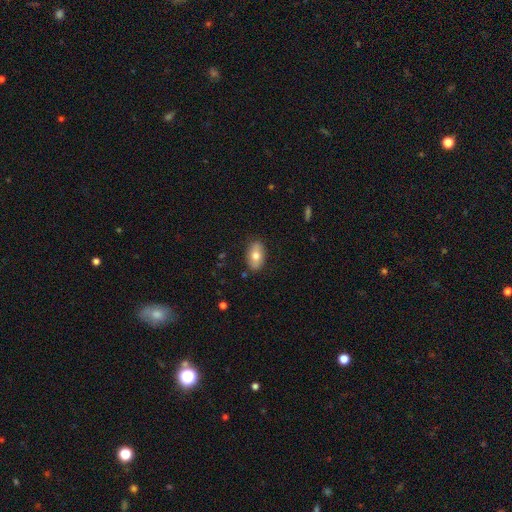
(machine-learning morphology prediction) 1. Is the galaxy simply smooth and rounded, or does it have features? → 72% smooth, 21% featured or disk, 7% star or artifact.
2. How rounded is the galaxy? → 91% in between, 6% round, 2% cigar-shaped.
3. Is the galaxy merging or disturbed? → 85% none, 11% minor disturbance, 2% major disturbance, 1% merger.